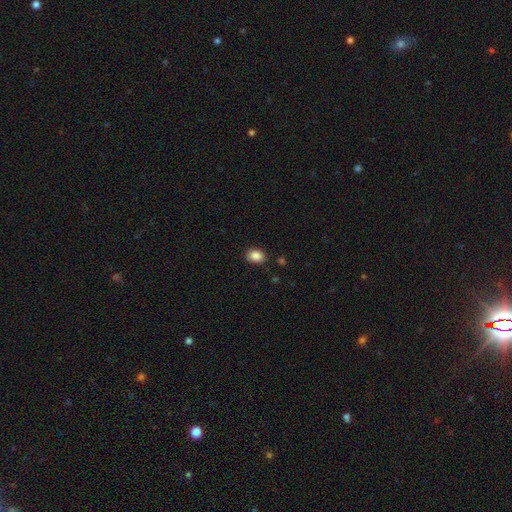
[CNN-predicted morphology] type=smooth (87%); roundness=in between (71%); merging=none (86%).